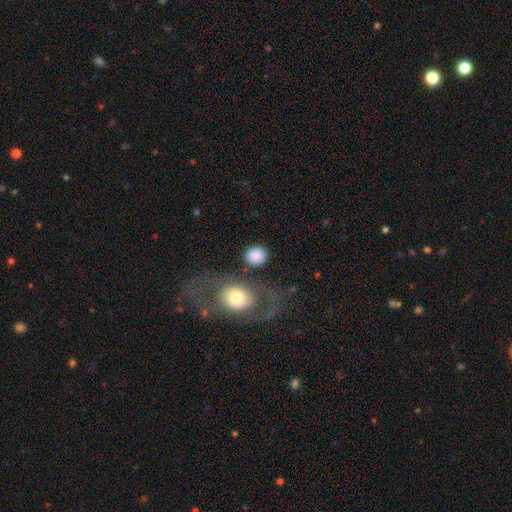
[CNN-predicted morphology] type=smooth (85%); roundness=round (81%); merging=none (76%).